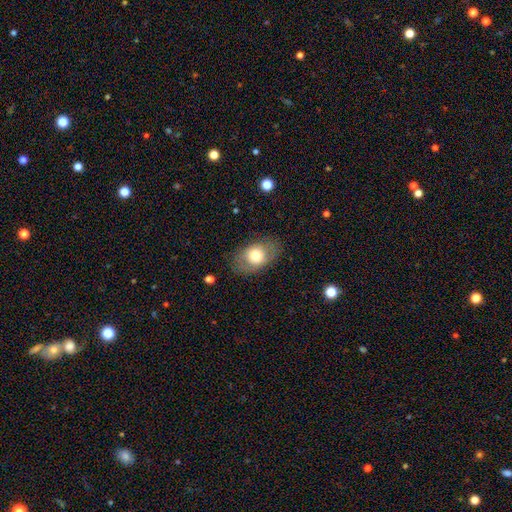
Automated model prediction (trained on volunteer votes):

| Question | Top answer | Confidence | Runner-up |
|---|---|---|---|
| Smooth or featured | smooth | 67% | featured or disk (26%) |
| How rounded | in between | 80% | round (19%) |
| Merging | none | 79% | minor disturbance (14%) |